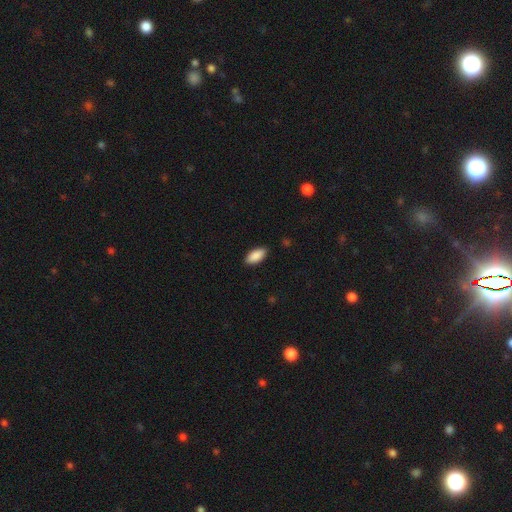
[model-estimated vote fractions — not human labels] smooth-or-featured: smooth: 90% | star or artifact: 6% | featured or disk: 4%
  how-rounded: in between: 90% | cigar-shaped: 8% | round: 2%
  merging: none: 89% | minor disturbance: 9% | major disturbance: 2% | merger: 1%